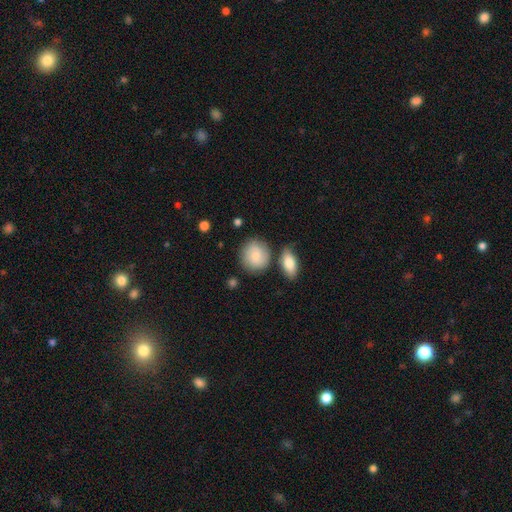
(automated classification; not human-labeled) Smooth or featured: smooth — 78% (featured or disk — 15%)
How rounded: round — 79% (in between — 20%)
Merging: none — 73% (minor disturbance — 15%)